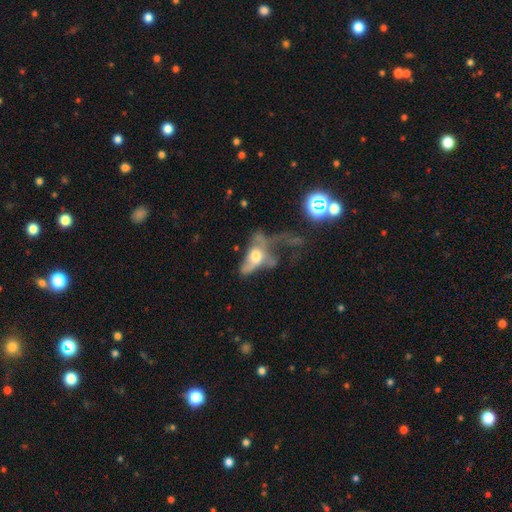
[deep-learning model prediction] The model was most divided on "smooth or featured": featured or disk: 51%, smooth: 37%, star or artifact: 11%. More confident: edge-on disk — no (84%); merging — major disturbance (56%).